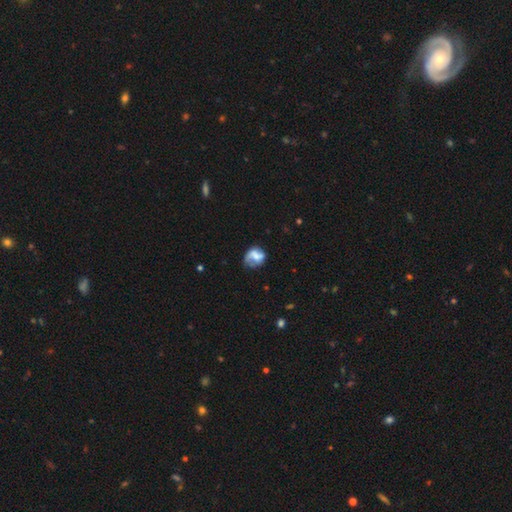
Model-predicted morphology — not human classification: This appears to be a smooth galaxy with no disk features (48%). Merging: none (40%).